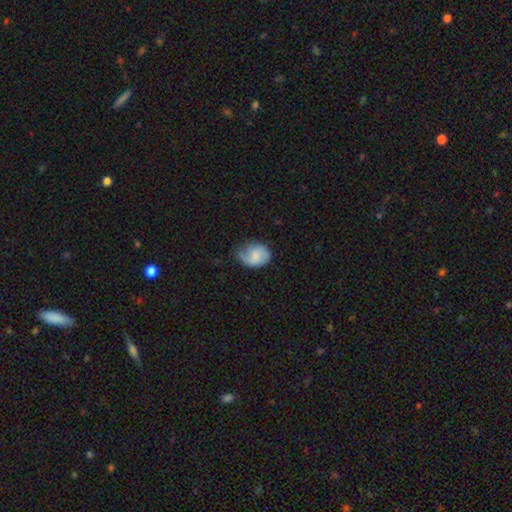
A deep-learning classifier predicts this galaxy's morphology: Smooth or featured? Predicted: smooth (p=0.57). How rounded? Predicted: in between (p=0.57). Merging? Predicted: none (p=0.53).